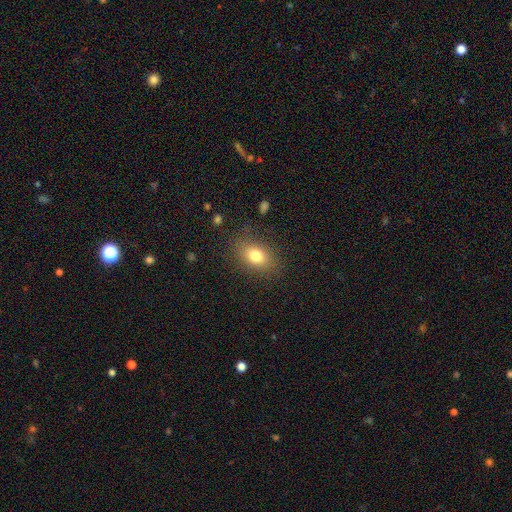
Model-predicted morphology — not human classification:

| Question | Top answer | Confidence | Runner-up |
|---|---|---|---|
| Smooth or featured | smooth | 79% | featured or disk (11%) |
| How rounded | in between | 79% | round (19%) |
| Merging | none | 82% | minor disturbance (12%) |